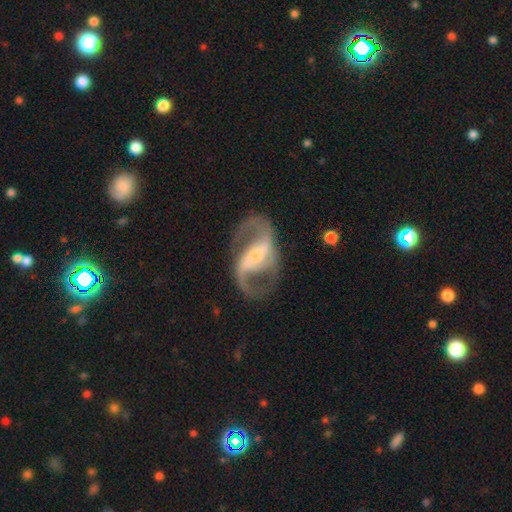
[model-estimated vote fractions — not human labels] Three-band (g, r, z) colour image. It shows a featured or disk galaxy (91%) with a strong bar (54%), 2 (93%) medium (49%) spiral arms (96%) and a small central bulge (65%). Merging: none (77%).